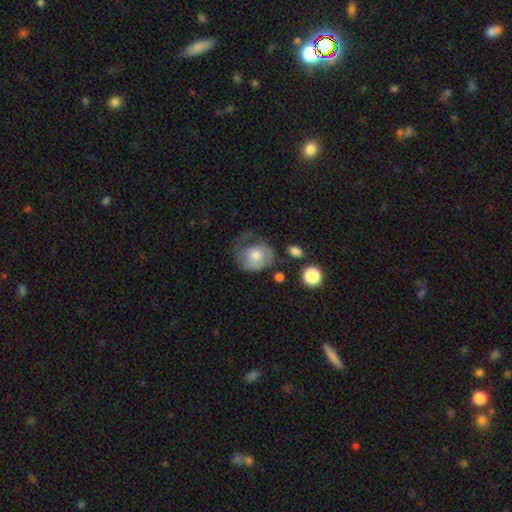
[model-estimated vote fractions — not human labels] Overall: smooth (49%; featured or disk 44%). Merging: major disturbance (37%; none 33%).